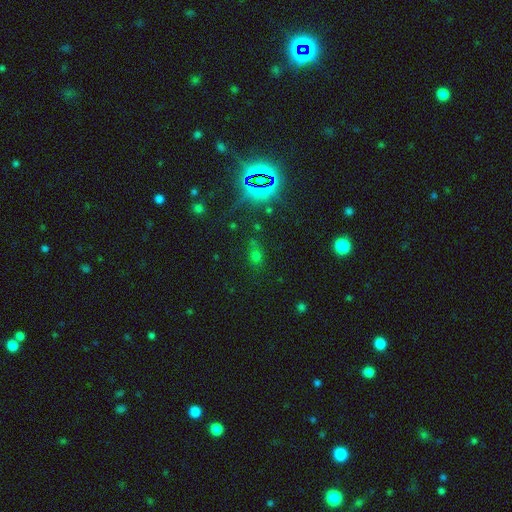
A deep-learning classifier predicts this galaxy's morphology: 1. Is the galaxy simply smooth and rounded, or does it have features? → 53% star or artifact, 36% smooth, 10% featured or disk.